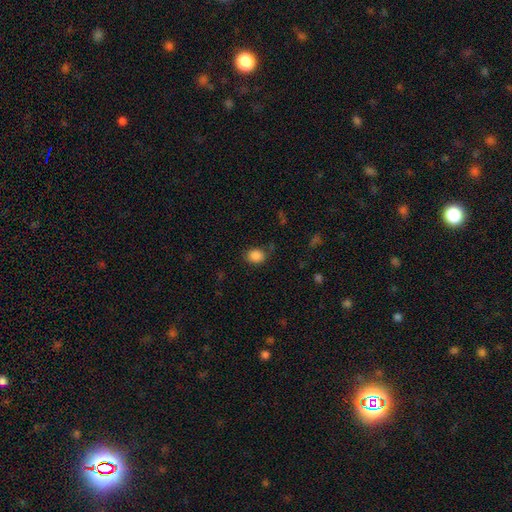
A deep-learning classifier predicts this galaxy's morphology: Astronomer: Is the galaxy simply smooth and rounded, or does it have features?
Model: smooth — 87%.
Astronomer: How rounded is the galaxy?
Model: round — 52% (runner-up: in between, 47%).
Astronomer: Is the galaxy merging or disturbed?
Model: none — 79%.